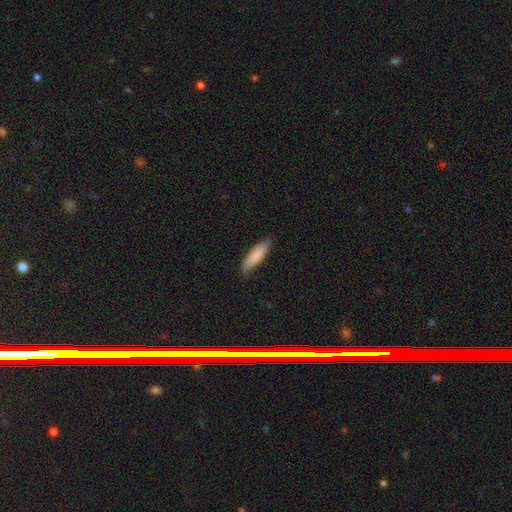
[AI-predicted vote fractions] Overall: smooth (84%). How rounded: cigar-shaped (69%). Merging: none (83%).